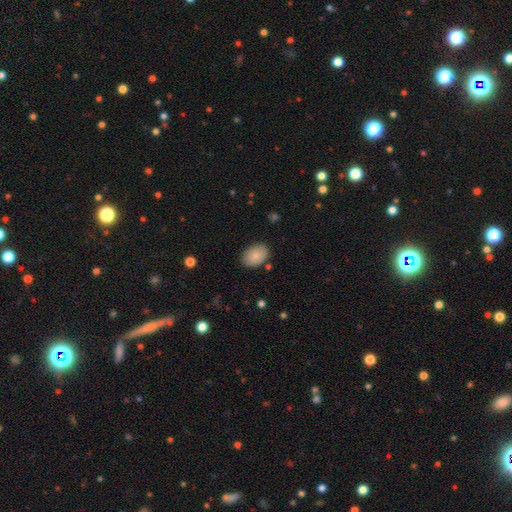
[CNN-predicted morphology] smooth-or-featured: smooth: 85% | featured or disk: 8% | star or artifact: 7%
  how-rounded: in between: 84% | round: 15% | cigar-shaped: 1%
  merging: none: 85% | minor disturbance: 11% | major disturbance: 3% | merger: 2%